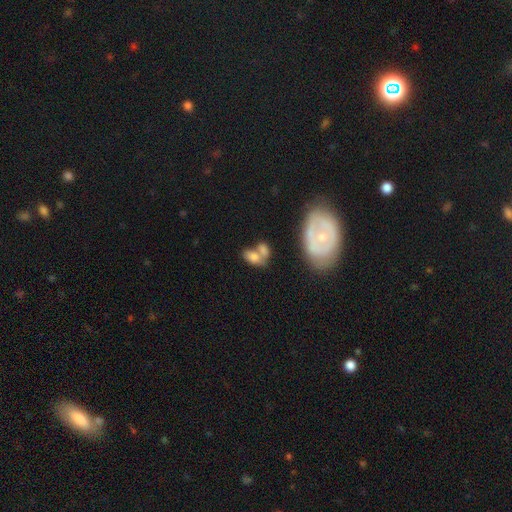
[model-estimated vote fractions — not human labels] Q: Smooth or featured?
A: smooth (70%); runner-up: featured or disk (20%)
Q: How rounded?
A: in between (85%); runner-up: round (13%)
Q: Merging?
A: merger (55%); runner-up: none (26%)